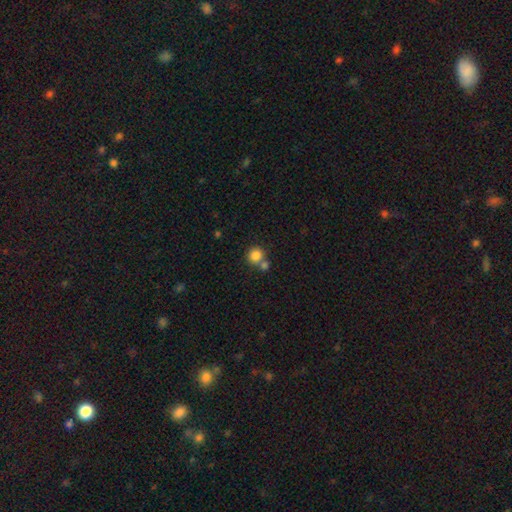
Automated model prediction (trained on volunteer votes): Overall: smooth (84%). How rounded: round (85%). Merging: none (55%; merger 33%).